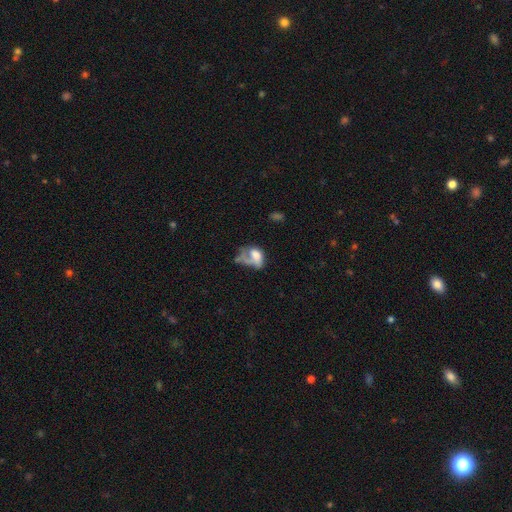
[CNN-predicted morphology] A smooth galaxy with no disk features (48%). Merging: major disturbance (46%).